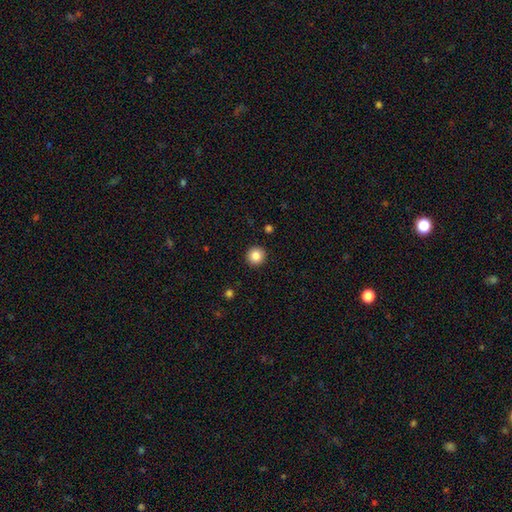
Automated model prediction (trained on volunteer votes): Morphology: type=smooth (85%); roundness=round (95%); merging=none (93%).